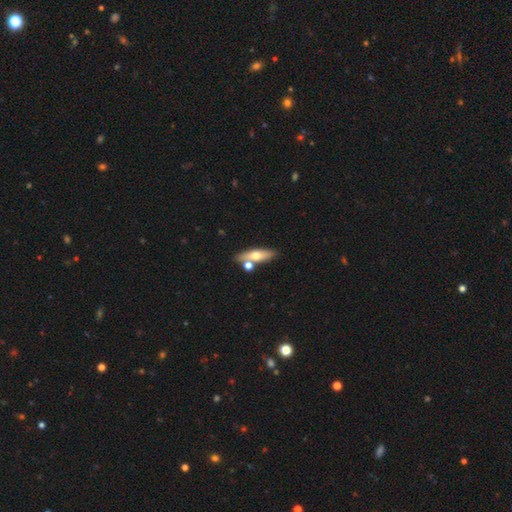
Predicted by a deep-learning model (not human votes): Smooth or featured: smooth — 54% (featured or disk — 39%)
How rounded: cigar-shaped — 49% (in between — 47%)
Merging: none — 67% (merger — 18%)